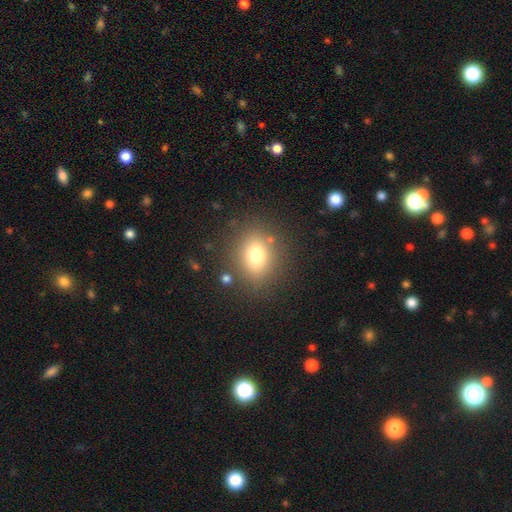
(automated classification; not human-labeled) Smooth or featured: smooth — 74% (star or artifact — 14%)
How rounded: round — 56% (in between — 43%)
Merging: none — 81% (minor disturbance — 10%)